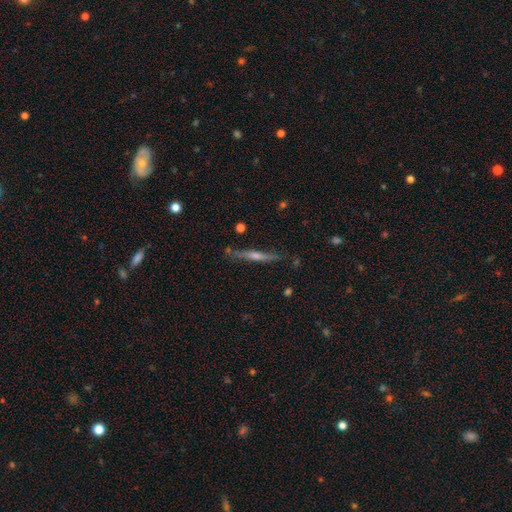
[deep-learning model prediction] Morphology: type=featured or disk (69%); edge-on=yes (95%); edge-on bulge=rounded (79%); merging=none (85%).